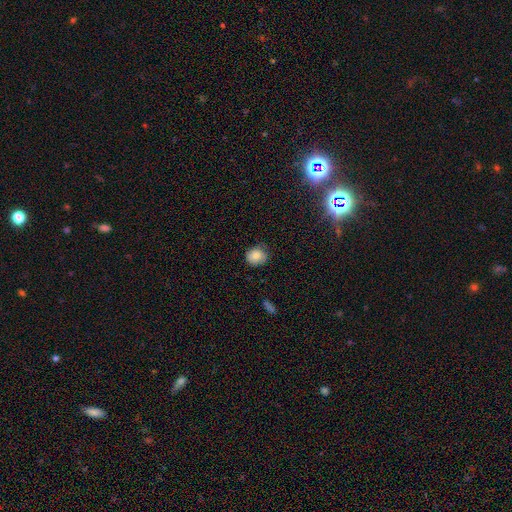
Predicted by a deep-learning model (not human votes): A smooth galaxy with no disk features (82%) that is round (74%).

Vote fractions:
- Smooth or featured? smooth: 82% / star or artifact: 9% / featured or disk: 8%
- How rounded? round: 74% / in between: 25% / cigar-shaped: 1%
- Merging? none: 73% / minor disturbance: 22% / major disturbance: 4% / merger: 1%